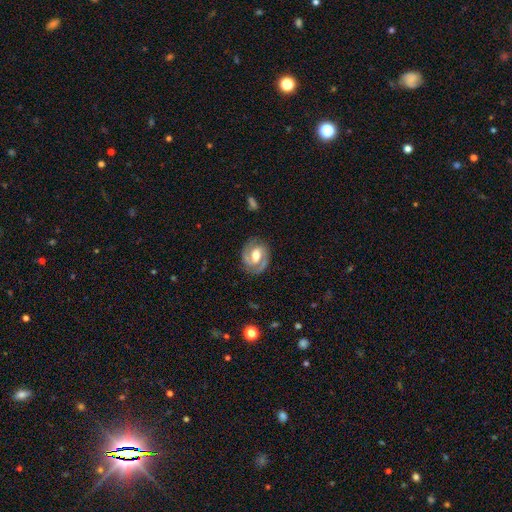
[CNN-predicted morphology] Smooth or featured? Predicted: featured or disk (p=0.84). Edge-on disk? Predicted: no (p=0.98). Bar? Predicted: weak (p=0.49). Spiral arms? Predicted: yes (p=0.95). Spiral winding? Predicted: medium (p=0.47). Spiral arm count? Predicted: 2 (p=0.90). Bulge size? Predicted: moderate (p=0.67). Merging? Predicted: none (p=0.81).